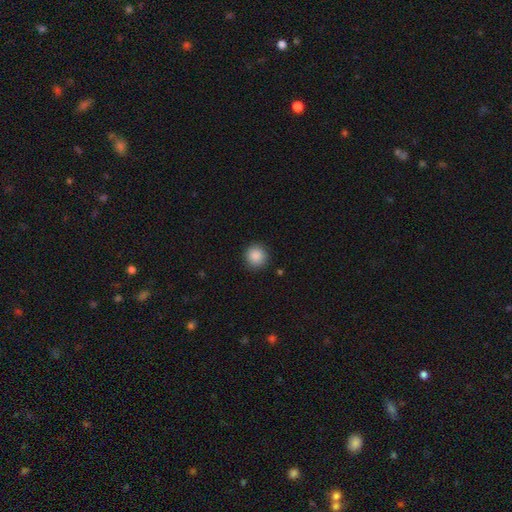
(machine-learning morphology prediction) The model was most divided on "smooth or featured": smooth: 88%, star or artifact: 9%, featured or disk: 3%. More confident: how rounded — round (94%); merging — none (91%).